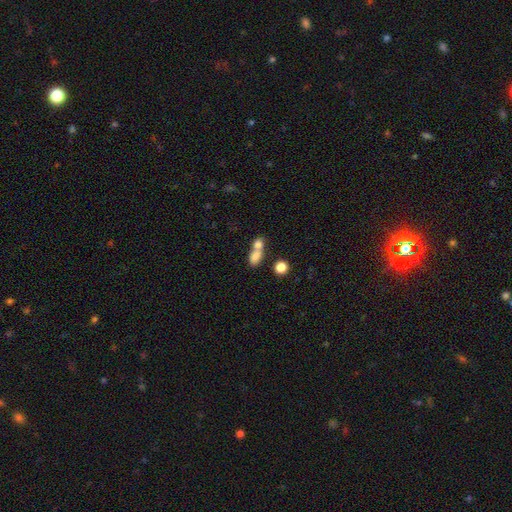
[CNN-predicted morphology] Overall: smooth (77%). How rounded: in between (69%). Merging: merger (62%; none 26%).